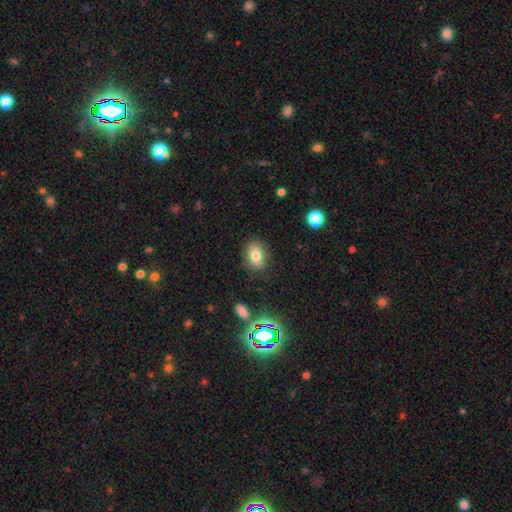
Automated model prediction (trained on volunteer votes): Morphology: type=smooth (78%); roundness=in between (76%); merging=none (84%).